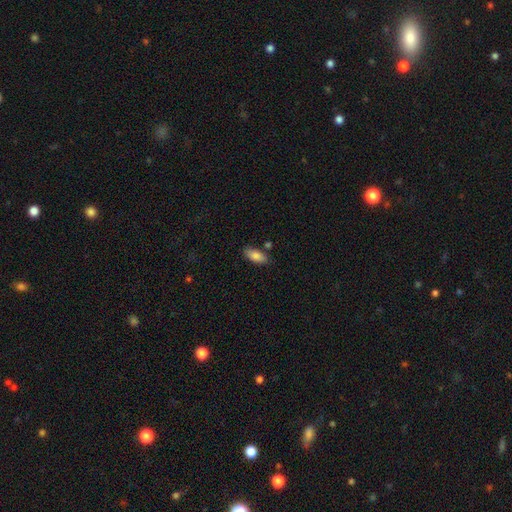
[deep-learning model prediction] smooth_or_featured: smooth (p=0.83) [alt: featured or disk p=0.10]
how_rounded: in between (p=0.85) [alt: cigar-shaped p=0.13]
merging: none (p=0.80) [alt: minor disturbance p=0.12]